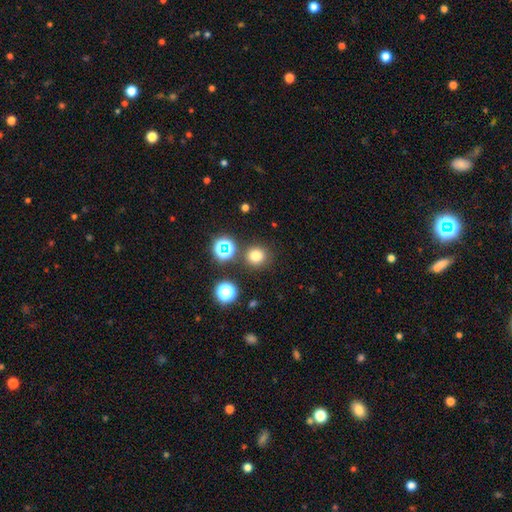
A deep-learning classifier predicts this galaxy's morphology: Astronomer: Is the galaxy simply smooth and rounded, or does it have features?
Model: smooth — 73%.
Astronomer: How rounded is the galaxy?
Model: round — 91%.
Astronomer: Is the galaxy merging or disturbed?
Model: none — 84%.